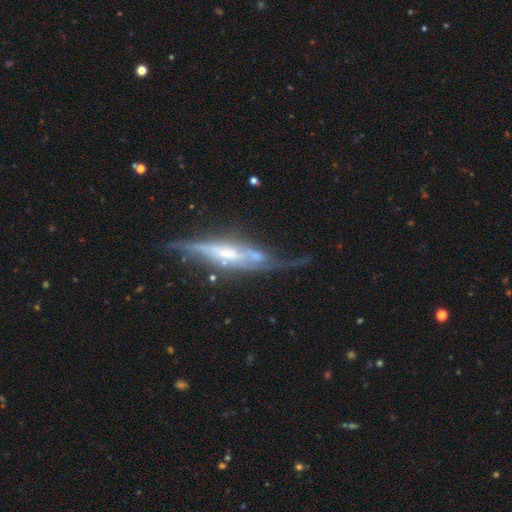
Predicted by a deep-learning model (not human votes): smooth_or_featured: featured or disk (p=0.78) [alt: smooth p=0.16]
disk_edge_on: yes (p=0.74) [alt: no p=0.26]
edge_on_bulge: rounded (p=0.47) [alt: boxy p=0.27]
merging: none (p=0.49) [alt: minor disturbance p=0.25]